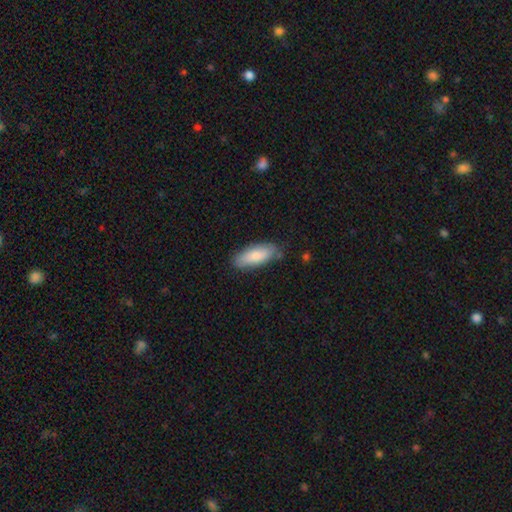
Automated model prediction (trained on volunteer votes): smooth-or-featured: smooth: 82% | featured or disk: 12% | star or artifact: 6%
  how-rounded: in between: 75% | cigar-shaped: 24% | round: 2%
  merging: none: 78% | minor disturbance: 17% | major disturbance: 3% | merger: 2%